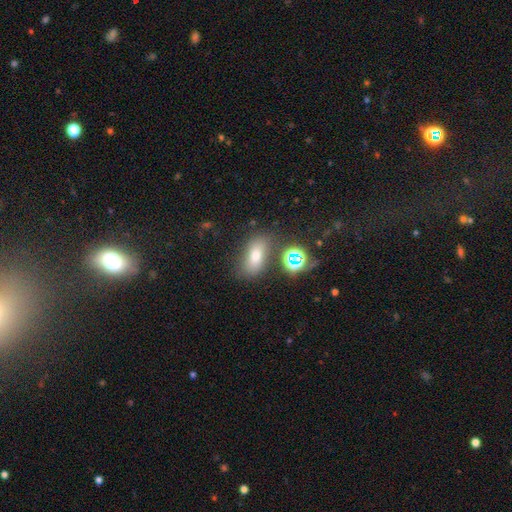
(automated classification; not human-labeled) Q: Smooth or featured?
A: smooth (65%); runner-up: star or artifact (21%)
Q: How rounded?
A: in between (79%); runner-up: round (13%)
Q: Merging?
A: none (72%); runner-up: minor disturbance (14%)